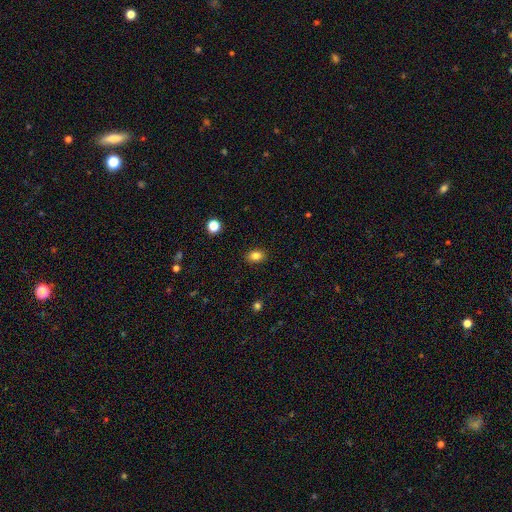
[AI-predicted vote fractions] smooth-or-featured: smooth: 83% | star or artifact: 10% | featured or disk: 6%
  how-rounded: in between: 76% | round: 23% | cigar-shaped: 1%
  merging: none: 88% | minor disturbance: 8% | major disturbance: 2% | merger: 1%